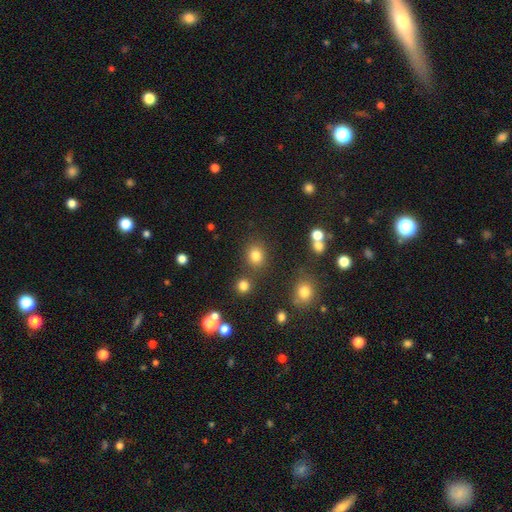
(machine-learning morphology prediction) This is likely a smooth galaxy (79%). How rounded: likely round (75%). Merging: clearly none (80%).